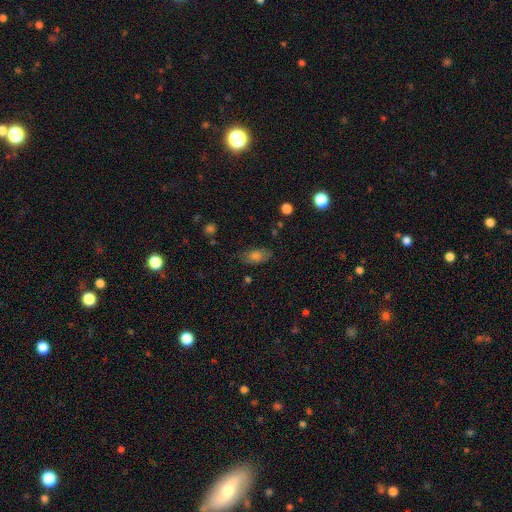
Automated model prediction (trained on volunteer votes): This appears to be a smooth galaxy with no disk features (68%) that is in between round and cigar-shaped (84%). Merging: none (80%).